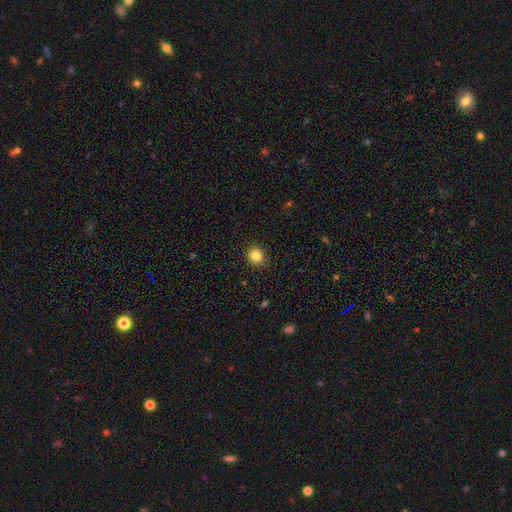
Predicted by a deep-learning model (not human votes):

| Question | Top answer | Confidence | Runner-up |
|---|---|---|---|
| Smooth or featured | smooth | 84% | star or artifact (11%) |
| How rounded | round | 86% | in between (13%) |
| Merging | none | 91% | minor disturbance (6%) |